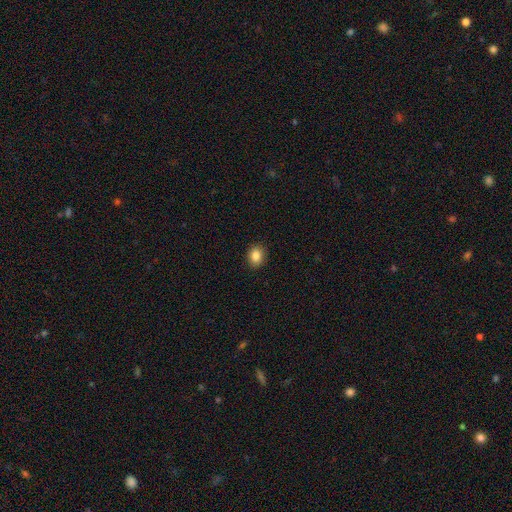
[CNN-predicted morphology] Smooth or featured?
  - smooth: 86% *
  - star or artifact: 10%
  - featured or disk: 5%
How rounded?
  - in between: 53% *
  - round: 46%
  - cigar-shaped: 1%
Merging?
  - none: 90% *
  - minor disturbance: 7%
  - major disturbance: 2%
  - merger: 1%